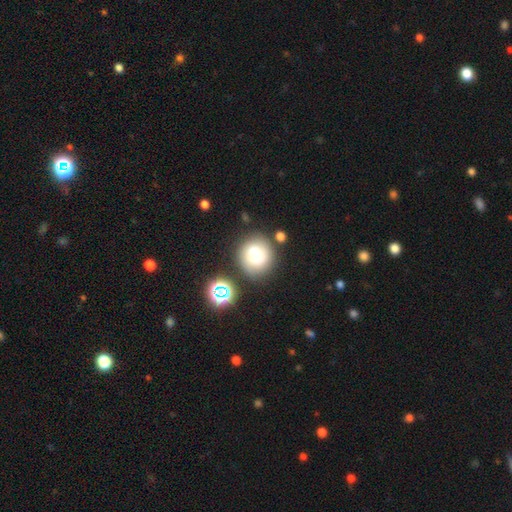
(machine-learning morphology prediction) Smooth or featured? smooth (70%)
How rounded? round (86%)
Merging? none (72%)